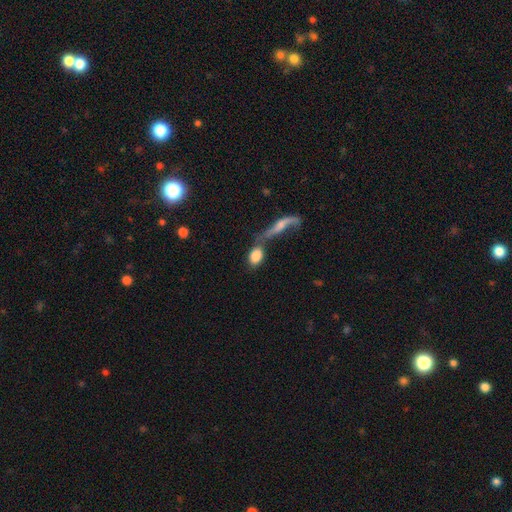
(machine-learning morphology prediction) smooth_or_featured: smooth (p=0.79) [alt: featured or disk p=0.14]
how_rounded: in between (p=0.81) [alt: round p=0.13]
merging: merger (p=0.51) [alt: none p=0.31]